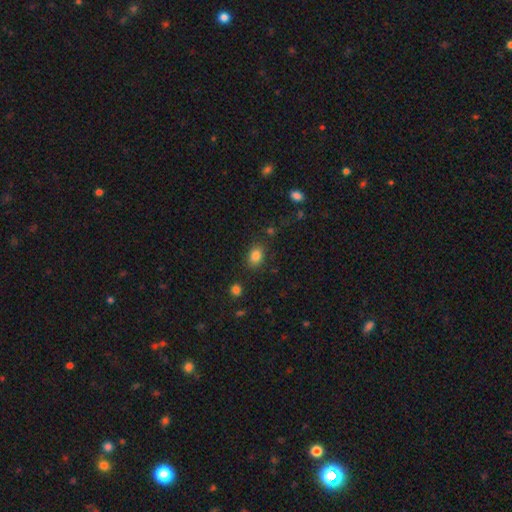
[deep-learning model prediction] Smooth or featured? Predicted: smooth (p=0.84). How rounded? Predicted: in between (p=0.76). Merging? Predicted: none (p=0.81).